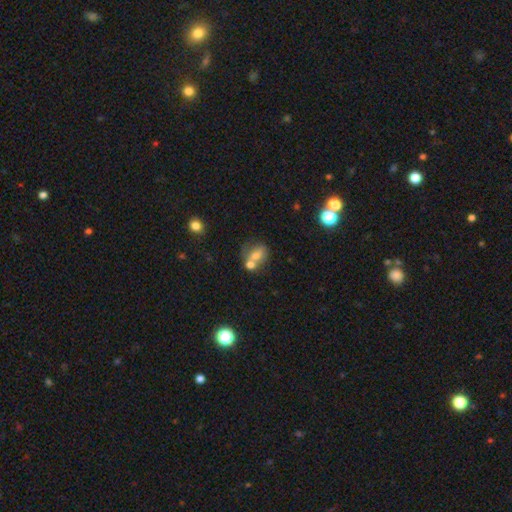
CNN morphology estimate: Q: Smooth or featured?
A: smooth (65%); runner-up: featured or disk (22%)
Q: How rounded?
A: round (50%); runner-up: in between (48%)
Q: Merging?
A: merger (50%); runner-up: none (32%)